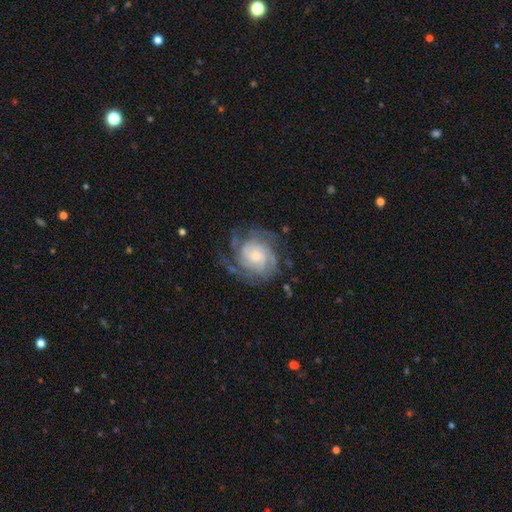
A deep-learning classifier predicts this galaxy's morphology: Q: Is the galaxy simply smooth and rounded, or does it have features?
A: featured or disk — 85%.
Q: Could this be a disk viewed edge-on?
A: no — 98%.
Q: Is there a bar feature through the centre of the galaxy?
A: no — 71%.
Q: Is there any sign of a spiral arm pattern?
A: yes — 96%.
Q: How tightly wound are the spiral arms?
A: tight — 63%.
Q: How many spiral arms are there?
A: can't tell — 28%.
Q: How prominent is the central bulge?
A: small — 53%.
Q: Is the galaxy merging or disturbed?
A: none — 66%.